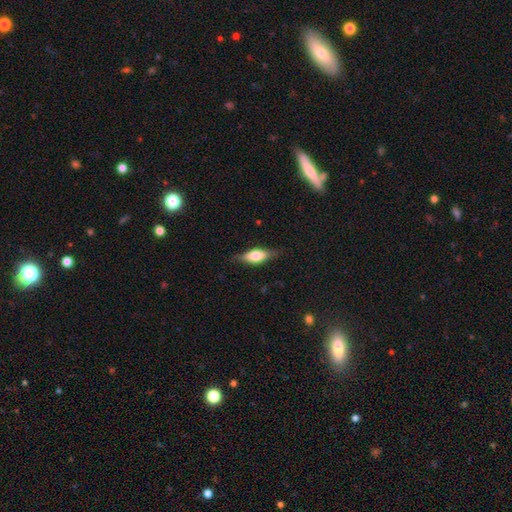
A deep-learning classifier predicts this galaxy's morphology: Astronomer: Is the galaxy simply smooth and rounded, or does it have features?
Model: smooth — 53% (runner-up: featured or disk, 40%).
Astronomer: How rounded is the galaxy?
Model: in between — 68%.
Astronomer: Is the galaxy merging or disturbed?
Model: none — 79%.